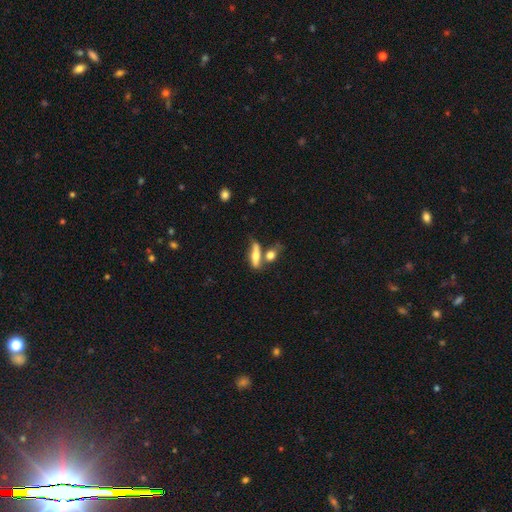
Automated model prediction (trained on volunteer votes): Smooth or featured?
  - smooth: 63% *
  - featured or disk: 29%
  - star or artifact: 8%
How rounded?
  - cigar-shaped: 54% *
  - in between: 41%
  - round: 6%
Merging?
  - none: 44% *
  - merger: 30%
  - minor disturbance: 17%
  - major disturbance: 9%